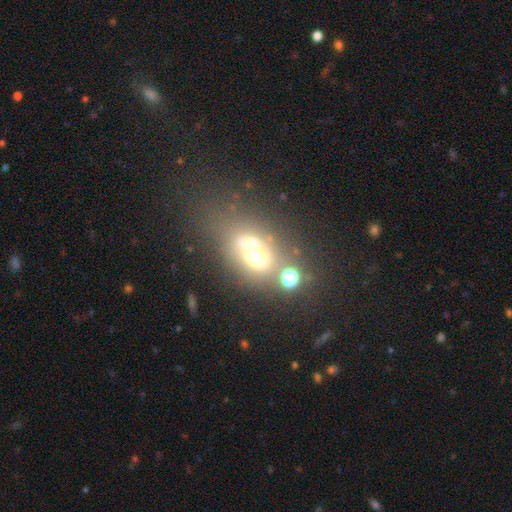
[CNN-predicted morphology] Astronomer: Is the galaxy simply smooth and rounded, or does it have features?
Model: smooth — 49% (runner-up: featured or disk, 31%).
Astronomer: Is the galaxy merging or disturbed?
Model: merger — 48% (runner-up: none, 32%).